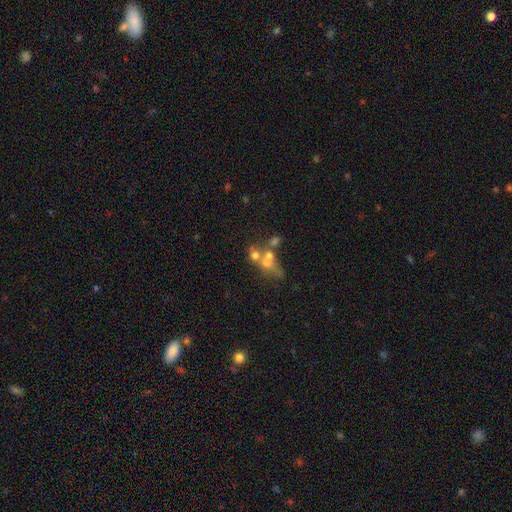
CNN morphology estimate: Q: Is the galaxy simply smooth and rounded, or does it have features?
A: smooth — 46%.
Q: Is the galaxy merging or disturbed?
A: merger — 60%.